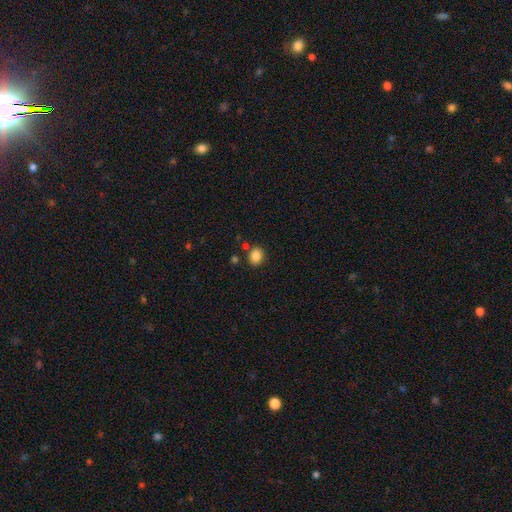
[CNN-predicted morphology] Smooth or featured? smooth (86%)
How rounded? in between (50%)
Merging? none (77%)